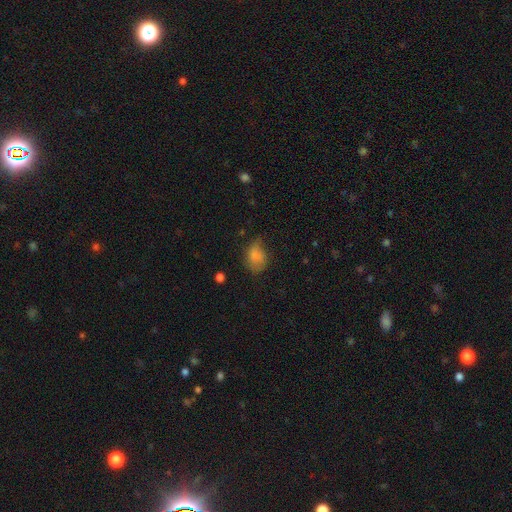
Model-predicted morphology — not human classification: This appears to be a smooth galaxy with no disk features (78%) that is in between round and cigar-shaped (73%). Merging: none (45%).